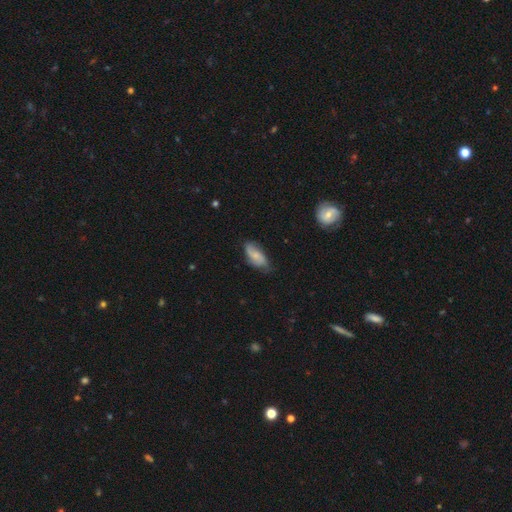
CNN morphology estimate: This is possibly a smooth galaxy (56%). How rounded: clearly in between (85%). Merging: likely none (62%).